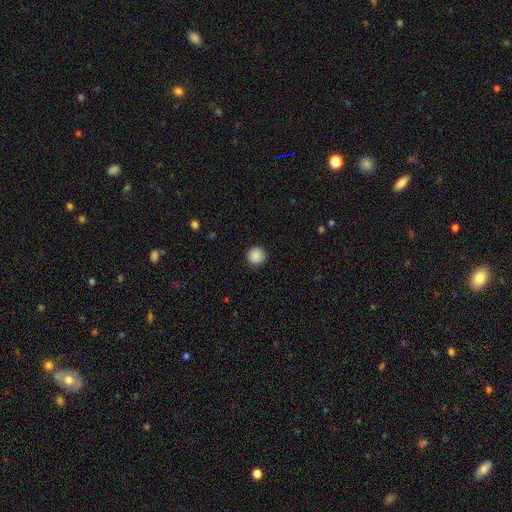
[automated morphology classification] This is clearly a smooth galaxy (88%). How rounded: clearly round (95%). Merging: clearly none (92%).